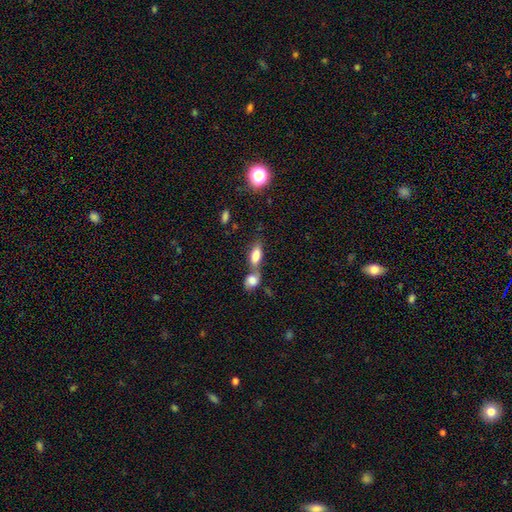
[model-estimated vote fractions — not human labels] A smooth galaxy with no disk features (77%) that is in between round and cigar-shaped (79%).

Vote fractions:
- Smooth or featured? smooth: 77% / featured or disk: 15% / star or artifact: 8%
- How rounded? in between: 79% / cigar-shaped: 15% / round: 6%
- Merging? merger: 54% / none: 33% / minor disturbance: 9% / major disturbance: 4%